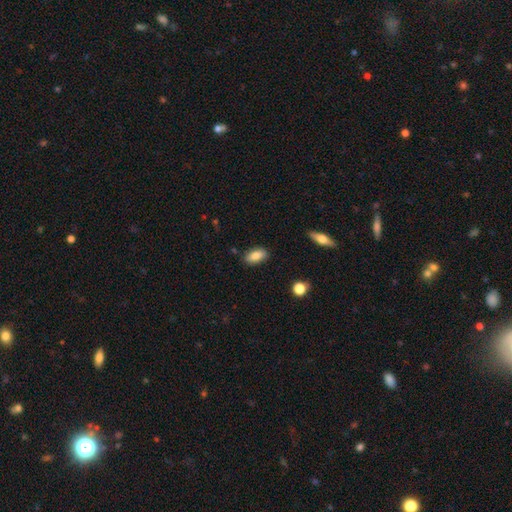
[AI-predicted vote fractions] This appears to be a smooth galaxy with no disk features (83%) that is in between round and cigar-shaped (89%). Merging: none (85%).